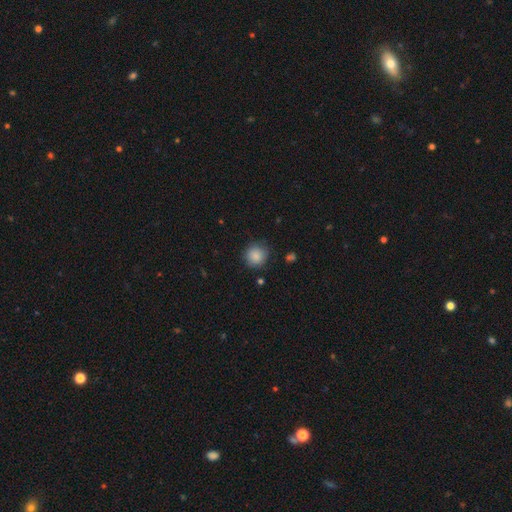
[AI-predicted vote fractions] A smooth galaxy with no disk features (87%) that is round (92%).

Vote fractions:
- Smooth or featured? smooth: 87% / star or artifact: 9% / featured or disk: 4%
- How rounded? round: 92% / in between: 7% / cigar-shaped: 1%
- Merging? none: 83% / minor disturbance: 12% / major disturbance: 3% / merger: 2%